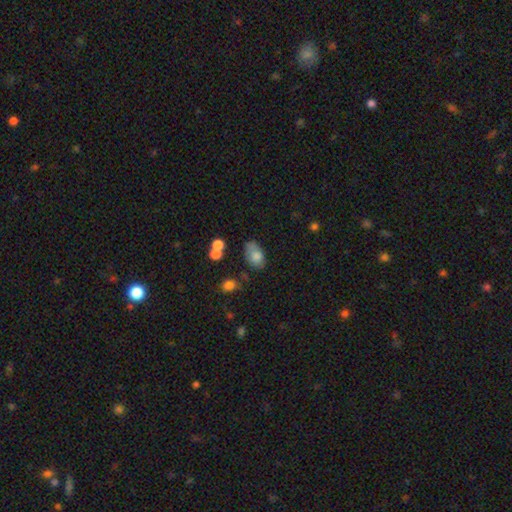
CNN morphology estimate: smooth 73%, featured or disk 17%, star or artifact 10%. Down the decision tree: how rounded — in between (82%); merging — none (44%).